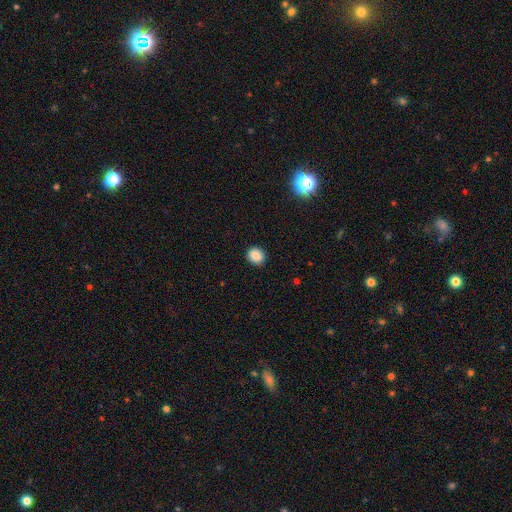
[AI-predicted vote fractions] This is clearly a smooth galaxy (86%). How rounded: likely round (64%). Merging: clearly none (89%).